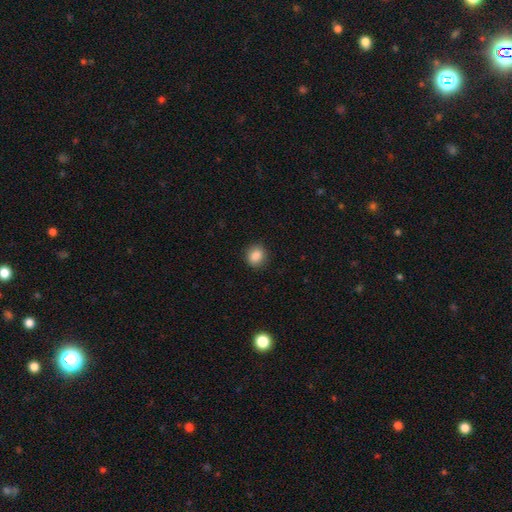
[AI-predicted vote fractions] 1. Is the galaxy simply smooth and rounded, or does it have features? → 87% smooth, 9% star or artifact, 3% featured or disk.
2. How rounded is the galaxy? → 73% round, 26% in between, 1% cigar-shaped.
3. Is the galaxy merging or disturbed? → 88% none, 9% minor disturbance, 3% major disturbance, 1% merger.